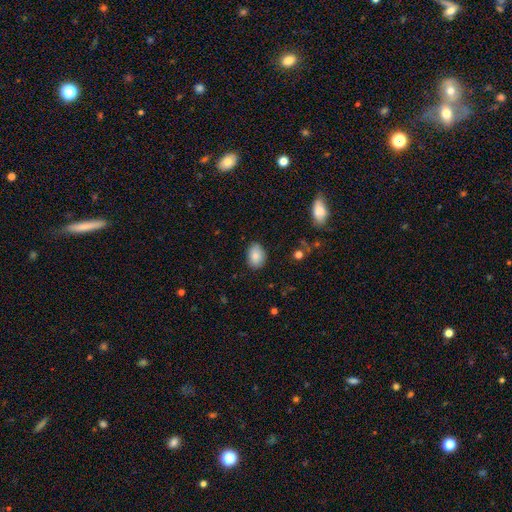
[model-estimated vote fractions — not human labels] The model was most divided on "how rounded": in between: 78%, round: 20%, cigar-shaped: 1%. More confident: smooth or featured — smooth (85%); merging — none (81%).